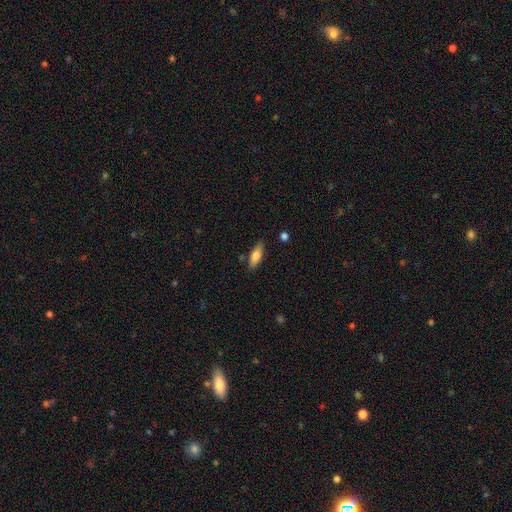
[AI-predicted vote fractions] Smooth or featured? Predicted: smooth (p=0.76). How rounded? Predicted: in between (p=0.59). Merging? Predicted: none (p=0.82).